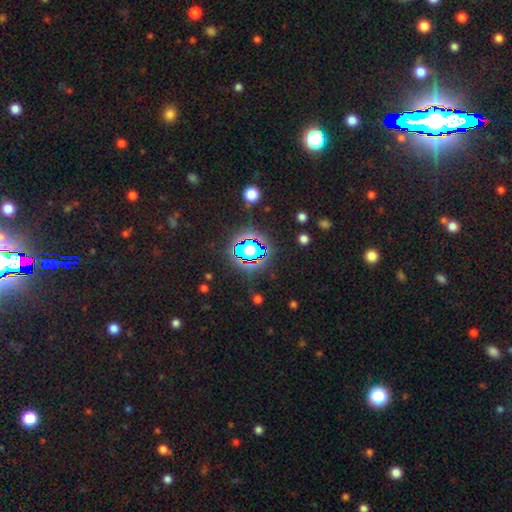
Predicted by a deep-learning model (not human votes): The model was most divided on "smooth or featured": star or artifact: 68%, smooth: 22%, featured or disk: 11%.